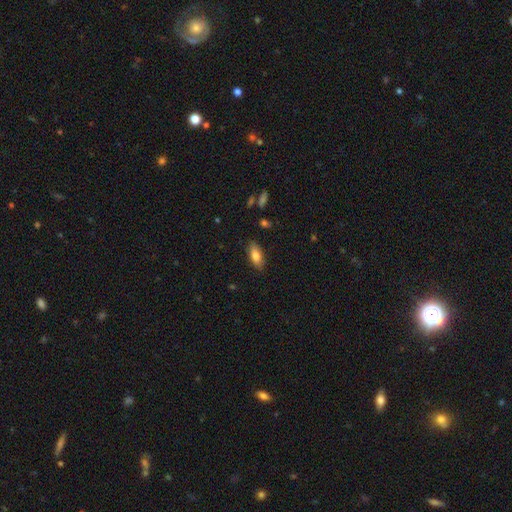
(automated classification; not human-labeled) The model was most divided on "how rounded": in between: 80%, cigar-shaped: 18%, round: 2%. More confident: merging — none (85%); smooth or featured — smooth (77%).